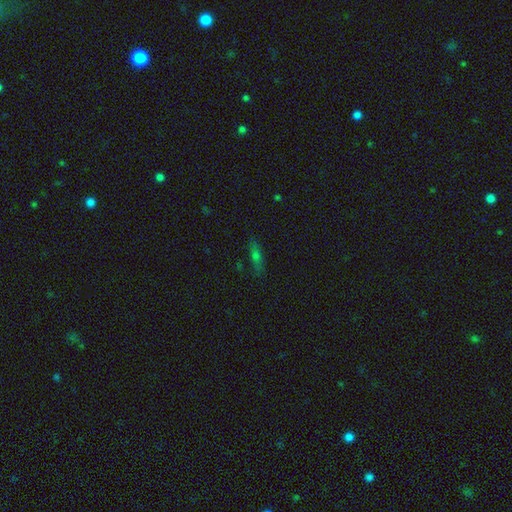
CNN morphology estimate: This appears to be a smooth galaxy with no disk features (42%). Merging: none (84%).